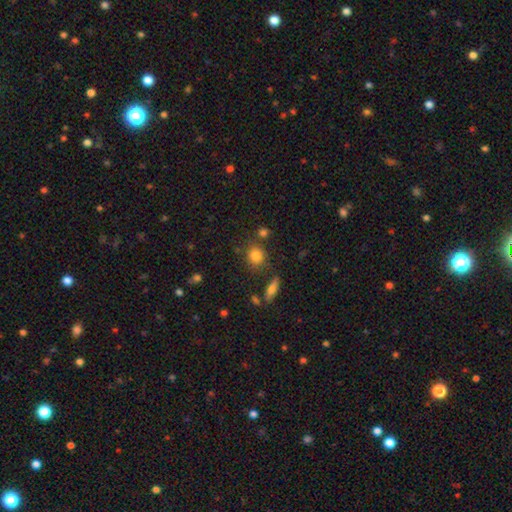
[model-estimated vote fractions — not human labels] A smooth galaxy with no disk features (81%) that is round (77%). Merging: none (75%).